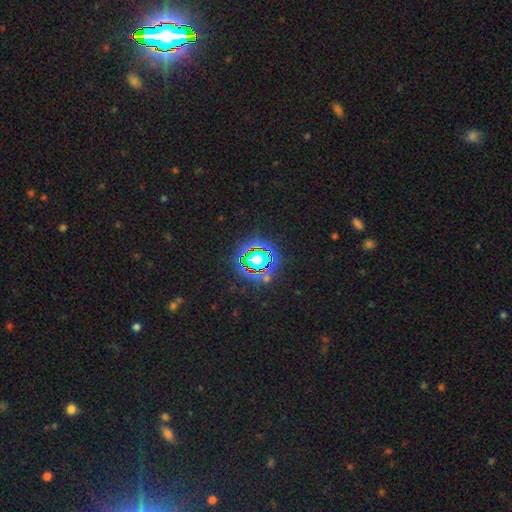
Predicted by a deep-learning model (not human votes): This is likely a star or artifact rather than a galaxy (67%).